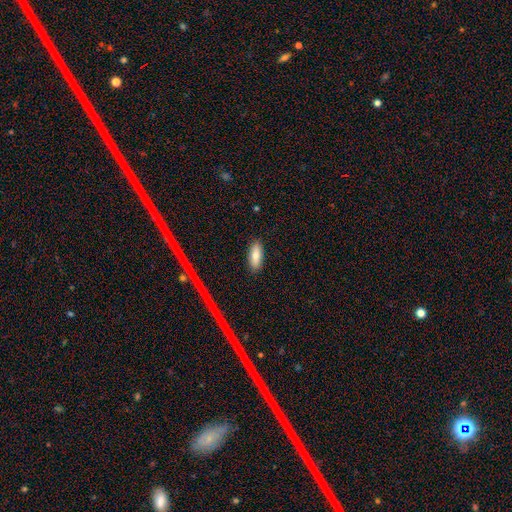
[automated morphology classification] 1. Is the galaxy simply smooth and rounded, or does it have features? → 78% smooth, 15% featured or disk, 7% star or artifact.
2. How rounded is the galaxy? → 79% in between, 19% cigar-shaped, 2% round.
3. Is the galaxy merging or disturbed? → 88% none, 9% minor disturbance, 2% major disturbance, 1% merger.